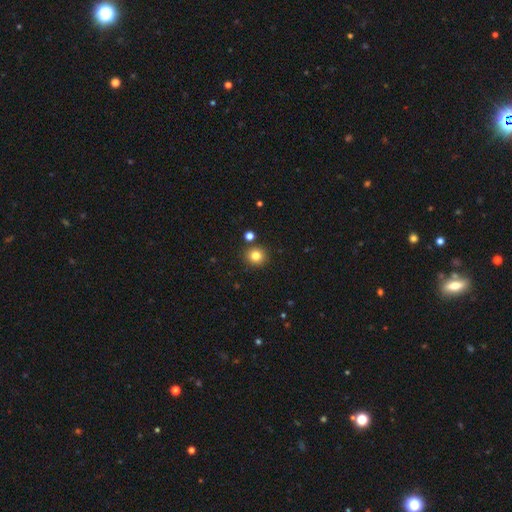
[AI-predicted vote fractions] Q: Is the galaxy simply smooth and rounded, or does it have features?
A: smooth — 82%.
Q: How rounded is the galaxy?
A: round — 90%.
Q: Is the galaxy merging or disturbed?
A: none — 87%.